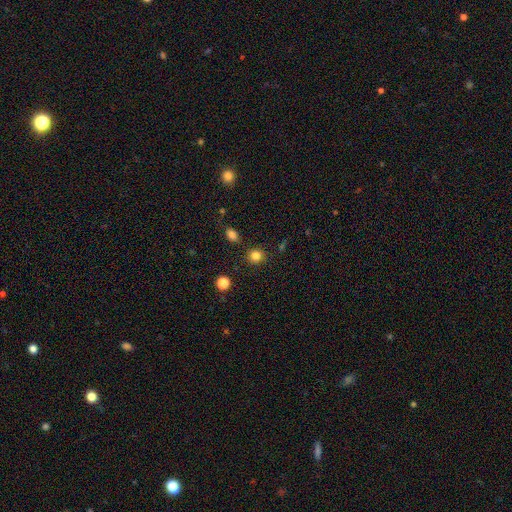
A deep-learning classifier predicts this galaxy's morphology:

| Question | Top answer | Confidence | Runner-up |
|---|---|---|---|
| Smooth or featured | smooth | 82% | star or artifact (12%) |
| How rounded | round | 88% | in between (11%) |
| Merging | none | 87% | minor disturbance (7%) |